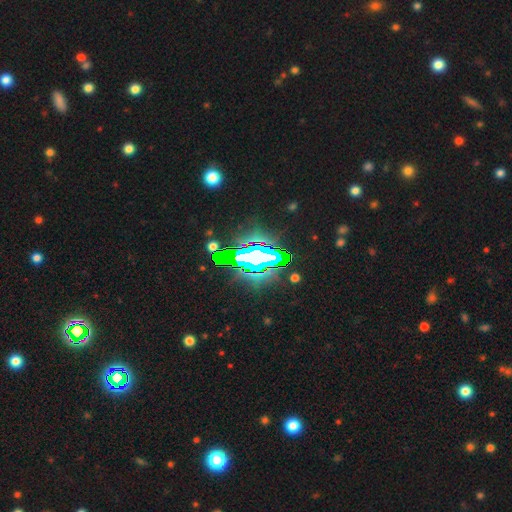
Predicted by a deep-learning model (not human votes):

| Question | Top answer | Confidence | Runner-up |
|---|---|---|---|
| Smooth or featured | star or artifact | 72% | featured or disk (14%) |